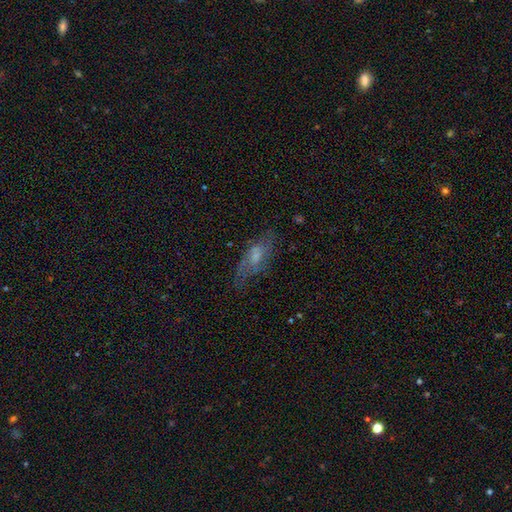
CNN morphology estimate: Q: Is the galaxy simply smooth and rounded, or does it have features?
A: featured or disk — 51%.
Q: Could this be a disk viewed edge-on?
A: no — 83%.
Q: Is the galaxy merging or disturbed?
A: none — 58%.